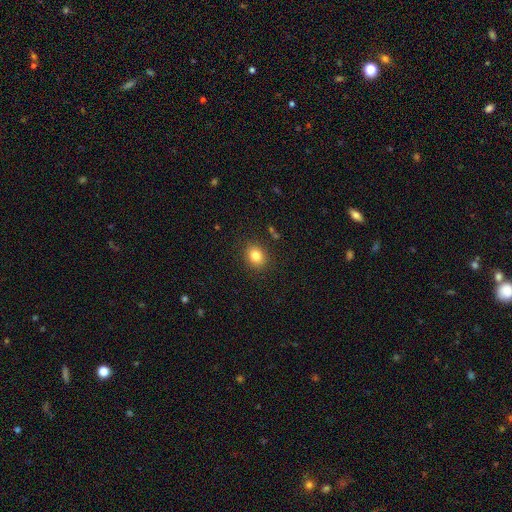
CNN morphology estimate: A smooth galaxy with no disk features (83%) that is round (60%).

Vote fractions:
- Smooth or featured? smooth: 83% / star or artifact: 11% / featured or disk: 6%
- How rounded? round: 60% / in between: 39% / cigar-shaped: 1%
- Merging? none: 87% / minor disturbance: 9% / major disturbance: 3% / merger: 2%